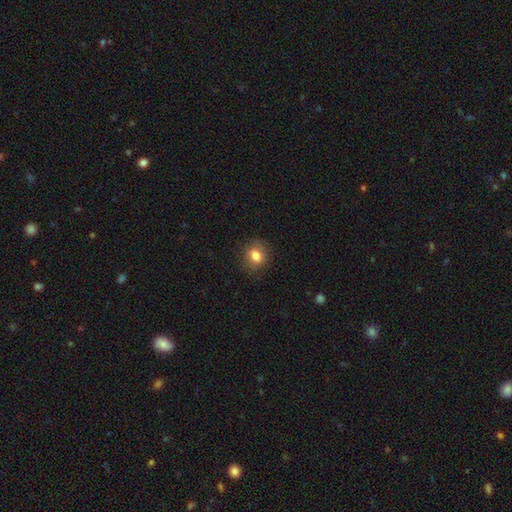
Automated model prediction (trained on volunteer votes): Smooth or featured?
  - smooth: 82% *
  - star or artifact: 10%
  - featured or disk: 8%
How rounded?
  - round: 62% *
  - in between: 37%
  - cigar-shaped: 1%
Merging?
  - none: 84% *
  - minor disturbance: 12%
  - major disturbance: 3%
  - merger: 1%